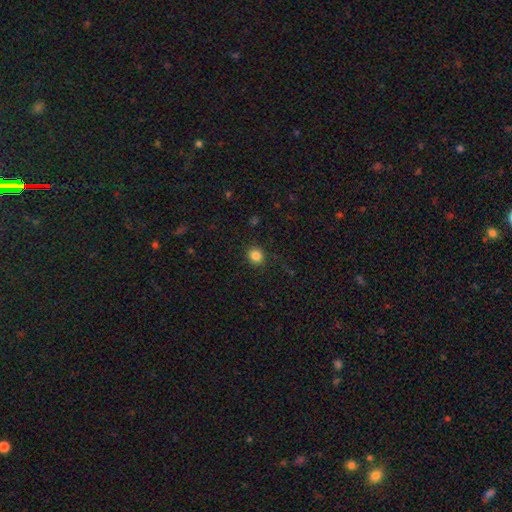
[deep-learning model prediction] A smooth galaxy with no disk features (84%) that is round (80%). Merging: none (90%).